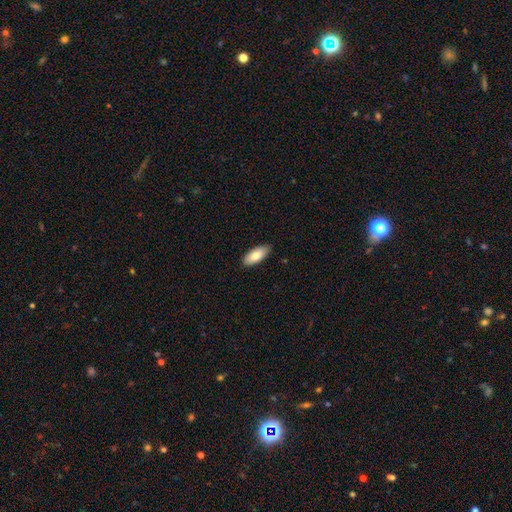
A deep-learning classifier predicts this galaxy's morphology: smooth-or-featured: smooth: 80% | featured or disk: 14% | star or artifact: 6%
  how-rounded: in between: 88% | cigar-shaped: 10% | round: 2%
  merging: none: 86% | minor disturbance: 11% | major disturbance: 2% | merger: 1%